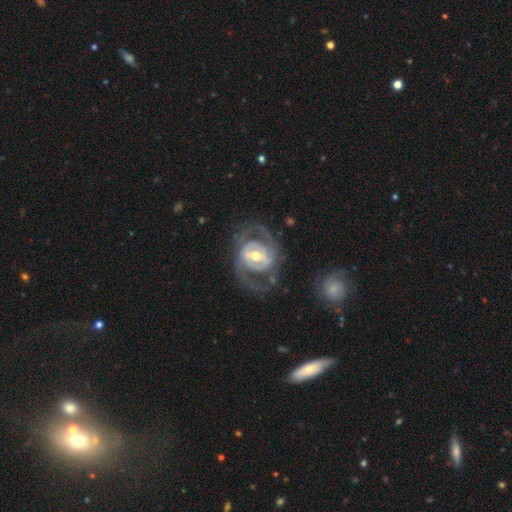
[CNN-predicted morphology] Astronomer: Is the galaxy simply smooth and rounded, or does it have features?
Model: featured or disk — 86%.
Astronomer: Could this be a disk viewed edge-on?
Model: no — 97%.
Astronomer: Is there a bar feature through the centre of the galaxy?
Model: weak — 42% (runner-up: no, 29%).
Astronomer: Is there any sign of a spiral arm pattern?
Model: yes — 88%.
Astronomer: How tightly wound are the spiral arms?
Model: medium — 46% (runner-up: tight, 33%).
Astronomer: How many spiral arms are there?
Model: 2 — 74%.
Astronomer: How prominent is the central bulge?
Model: moderate — 71%.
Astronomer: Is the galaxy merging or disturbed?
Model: none — 63%.